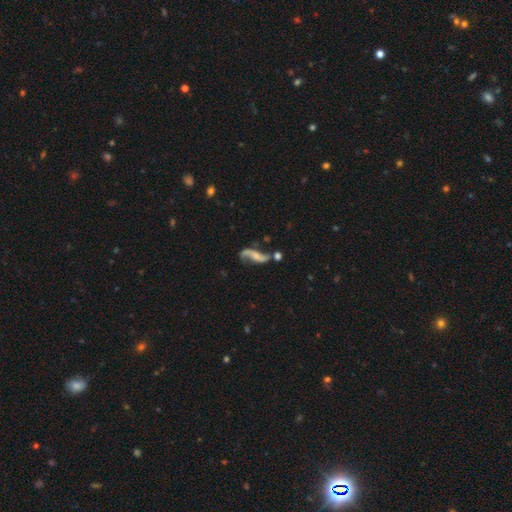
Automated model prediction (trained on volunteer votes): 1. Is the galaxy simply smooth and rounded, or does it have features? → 76% featured or disk, 17% smooth, 7% star or artifact.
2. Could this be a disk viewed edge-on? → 91% no, 9% yes.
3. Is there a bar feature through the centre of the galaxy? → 55% no, 30% weak, 15% strong.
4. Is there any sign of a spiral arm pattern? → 92% yes, 8% no.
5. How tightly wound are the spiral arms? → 84% loose, 12% medium, 4% tight.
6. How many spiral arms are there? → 86% 2, 8% 1, 3% can't tell, 1% 3, 1% 4, 1% more than 4.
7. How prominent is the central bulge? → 39% small, 31% none, 24% moderate, 5% large, 2% dominant.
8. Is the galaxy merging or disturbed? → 51% none, 19% minor disturbance, 16% merger, 14% major disturbance.